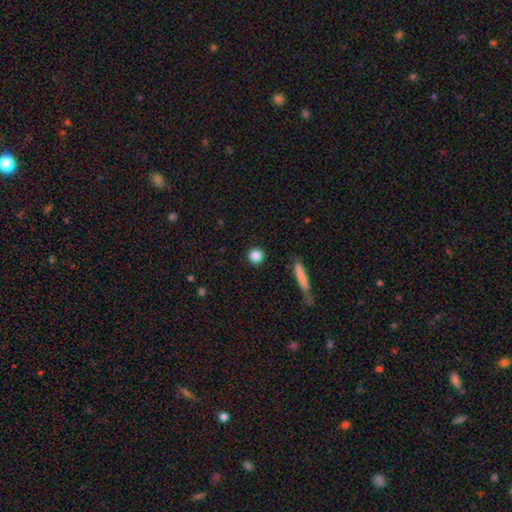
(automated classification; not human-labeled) This appears to be a smooth galaxy with no disk features (86%) that is round (91%). Merging: none (90%).